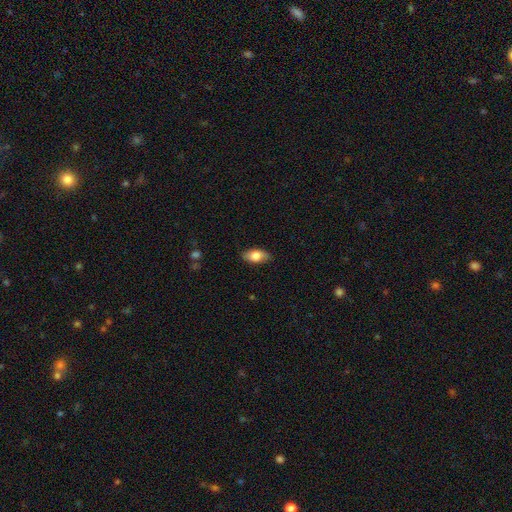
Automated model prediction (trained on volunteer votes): The model was most divided on "smooth or featured": smooth: 77%, featured or disk: 16%, star or artifact: 7%. More confident: how rounded — in between (90%); merging — none (84%).